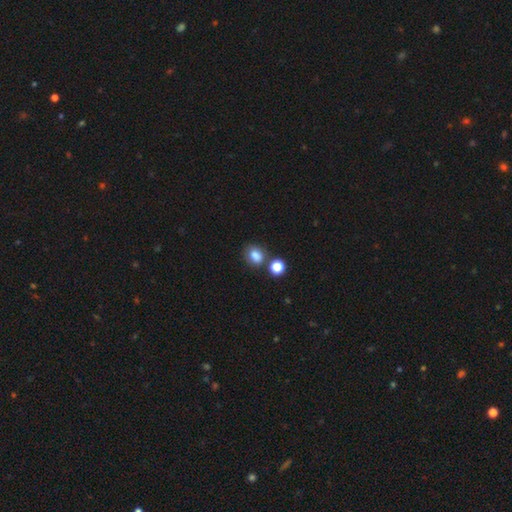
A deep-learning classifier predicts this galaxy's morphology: Smooth or featured?
  - smooth: 81% *
  - star or artifact: 12%
  - featured or disk: 6%
How rounded?
  - in between: 53% *
  - round: 46%
  - cigar-shaped: 1%
Merging?
  - none: 62% *
  - merger: 18%
  - minor disturbance: 15%
  - major disturbance: 5%